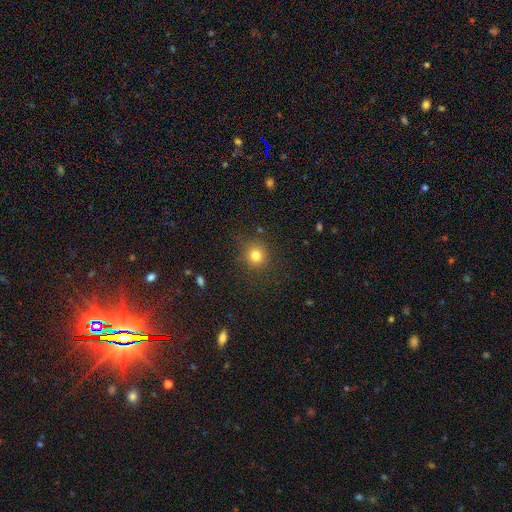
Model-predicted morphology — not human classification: Q: Smooth or featured?
A: smooth (79%); runner-up: star or artifact (14%)
Q: How rounded?
A: round (91%); runner-up: in between (8%)
Q: Merging?
A: none (86%); runner-up: minor disturbance (9%)